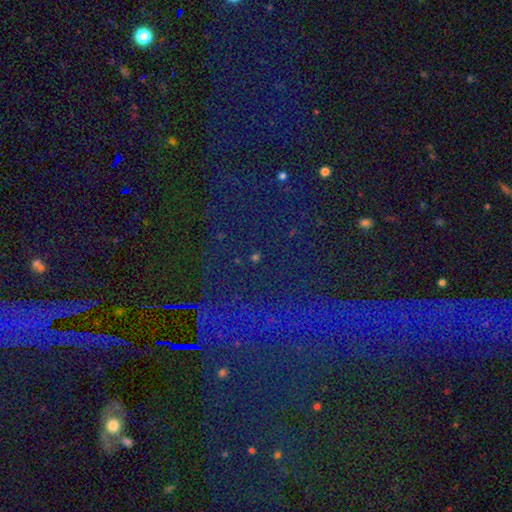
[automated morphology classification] star or artifact 84%, smooth 8%, featured or disk 8%.